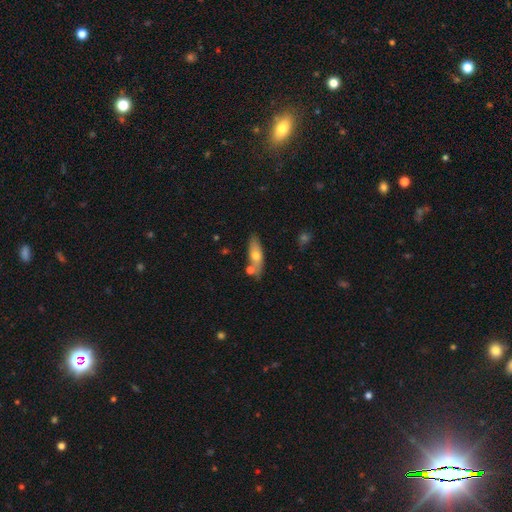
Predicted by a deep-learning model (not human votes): This appears to be a smooth galaxy with no disk features (62%) that is in between round and cigar-shaped (51%). Merging: none (71%).